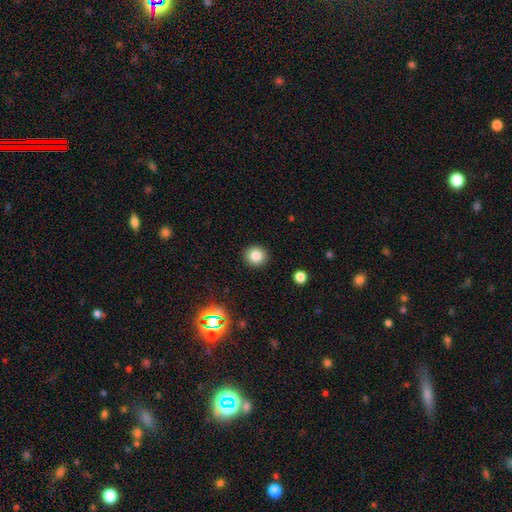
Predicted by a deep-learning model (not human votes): The model was most divided on "smooth or featured": smooth: 82%, star or artifact: 12%, featured or disk: 5%. More confident: merging — none (91%); how rounded — round (90%).